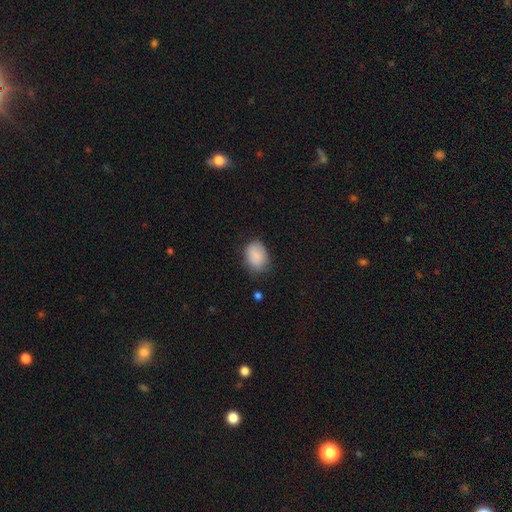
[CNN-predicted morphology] smooth_or_featured: smooth (p=0.86) [alt: star or artifact p=0.08]
how_rounded: in between (p=0.70) [alt: round p=0.29]
merging: none (p=0.67) [alt: minor disturbance p=0.25]